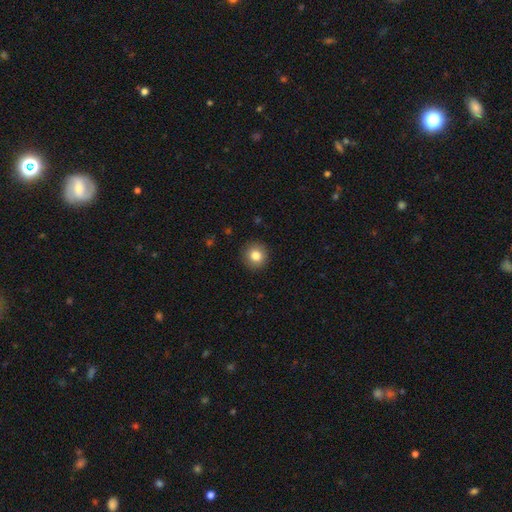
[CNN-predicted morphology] type=smooth (82%); roundness=round (92%); merging=none (92%).